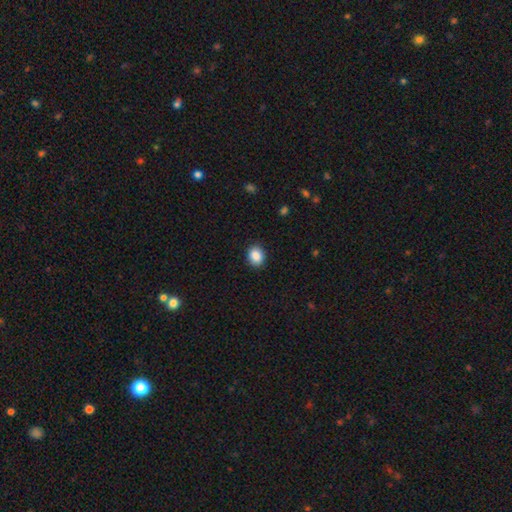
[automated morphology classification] type=smooth (88%); roundness=round (57%); merging=none (90%).